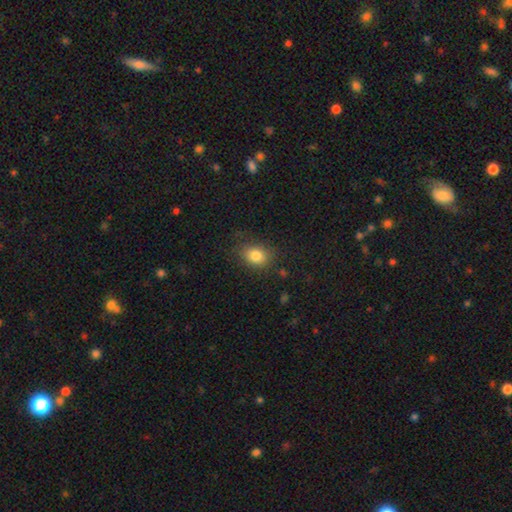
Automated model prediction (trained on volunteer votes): Smooth or featured: smooth — 82% (star or artifact — 10%)
How rounded: in between — 53% (round — 46%)
Merging: none — 79% (minor disturbance — 14%)